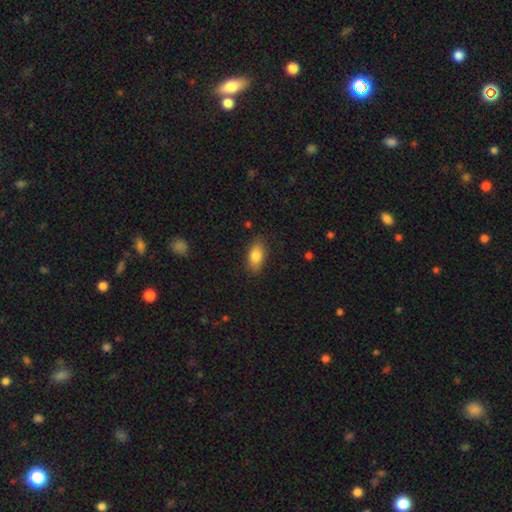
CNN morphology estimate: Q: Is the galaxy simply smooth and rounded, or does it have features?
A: smooth — 83%.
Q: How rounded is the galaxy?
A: in between — 89%.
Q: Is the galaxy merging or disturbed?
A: none — 82%.